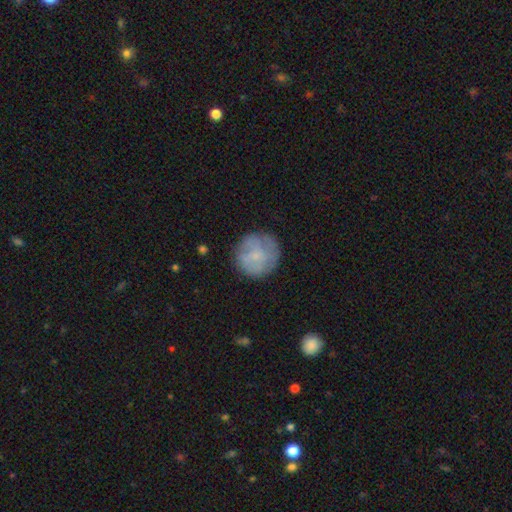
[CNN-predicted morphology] Smooth or featured?
  - smooth: 59% *
  - featured or disk: 33%
  - star or artifact: 8%
How rounded?
  - round: 93% *
  - in between: 6%
  - cigar-shaped: 1%
Merging?
  - none: 74% *
  - minor disturbance: 18%
  - major disturbance: 7%
  - merger: 2%